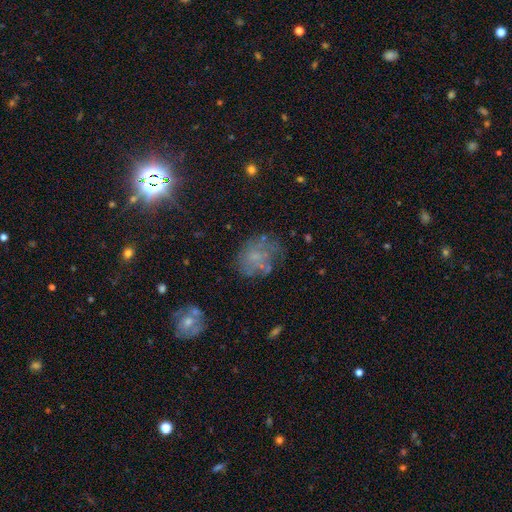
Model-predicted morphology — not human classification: Smooth or featured? smooth (43%)
Merging? none (56%)